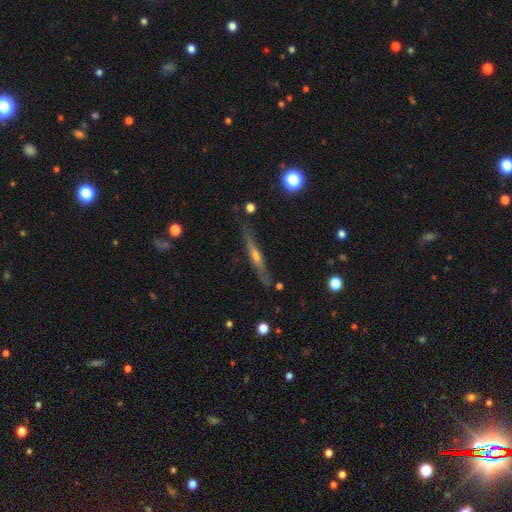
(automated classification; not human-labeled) smooth_or_featured: featured or disk (p=0.71) [alt: smooth p=0.21]
disk_edge_on: yes (p=0.95) [alt: no p=0.05]
edge_on_bulge: rounded (p=0.73) [alt: none p=0.20]
merging: none (p=0.82) [alt: minor disturbance p=0.13]